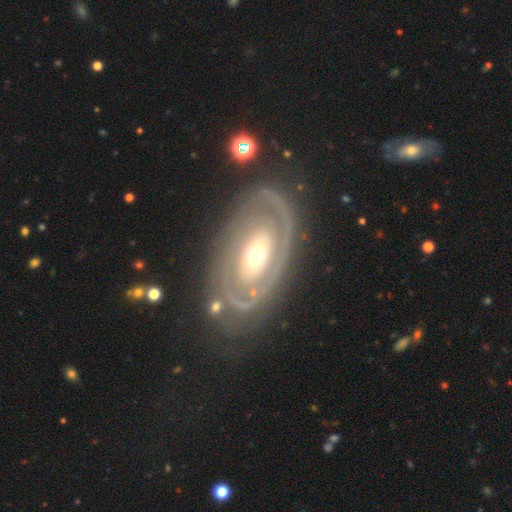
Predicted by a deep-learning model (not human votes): A featured or disk galaxy (83%) with no bar (71%), 2 (40%) tight (69%) spiral arms (69%) and a moderate central bulge (60%).

Vote fractions:
- Smooth or featured? featured or disk: 83% / smooth: 13% / star or artifact: 5%
- Edge-on disk? no: 93% / yes: 7%
- Bar? no: 71% / weak: 19% / strong: 10%
- Spiral arms? yes: 69% / no: 31%
- Spiral winding? tight: 69% / medium: 21% / loose: 9%
- Spiral arm count? 2: 40% / can't tell: 30% / 1: 14% / 3: 8% / 4: 4% / more than 4: 3%
- Bulge size? moderate: 60% / small: 29% / large: 8% / dominant: 1% / none: 1%
- Merging? none: 75% / minor disturbance: 15% / major disturbance: 8% / merger: 2%